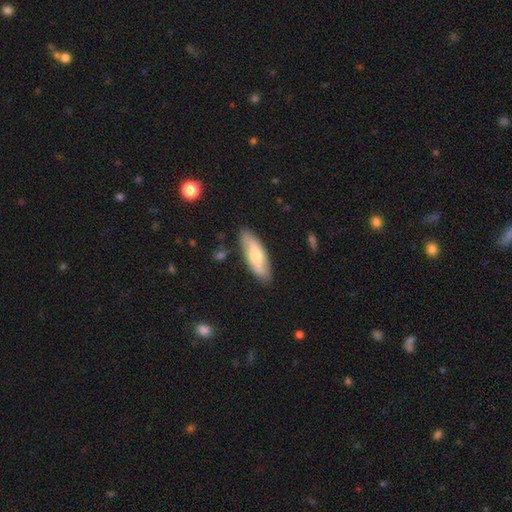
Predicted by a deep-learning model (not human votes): Smooth or featured: smooth — 54% (featured or disk — 40%)
How rounded: in between — 60% (cigar-shaped — 38%)
Merging: none — 84% (minor disturbance — 12%)